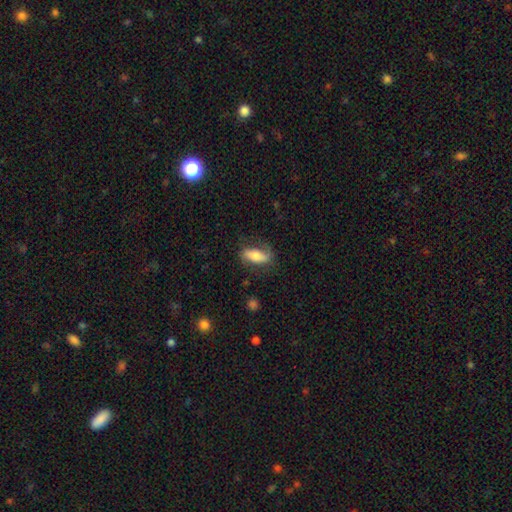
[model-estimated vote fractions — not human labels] smooth 59%, featured or disk 35%, star or artifact 7%. Down the decision tree: how rounded — in between (70%); merging — none (68%).